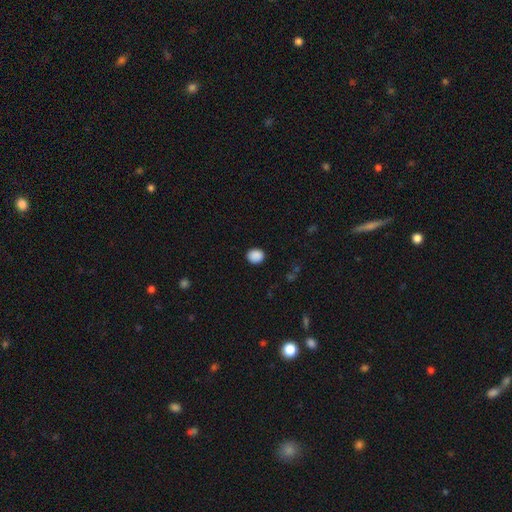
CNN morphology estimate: Smooth or featured: smooth — 89% (star or artifact — 9%)
How rounded: round — 69% (in between — 30%)
Merging: none — 90% (minor disturbance — 7%)